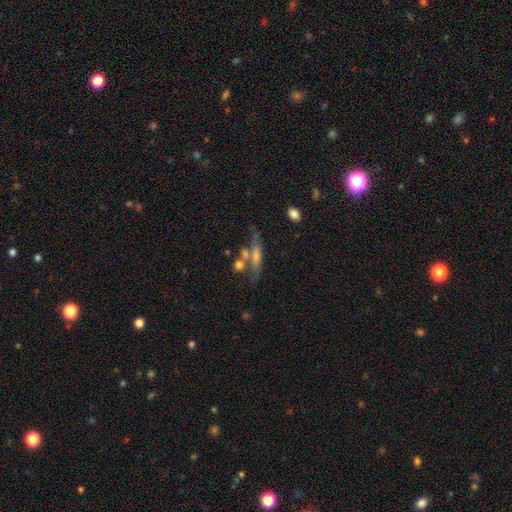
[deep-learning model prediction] This appears to be a featured or disk galaxy (47%). Merging: none (54%).